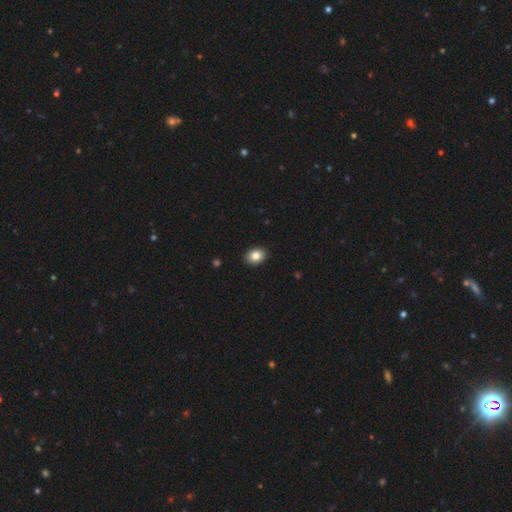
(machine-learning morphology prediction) smooth 84%, star or artifact 9%, featured or disk 7%. Down the decision tree: how rounded — in between (66%); merging — none (91%).